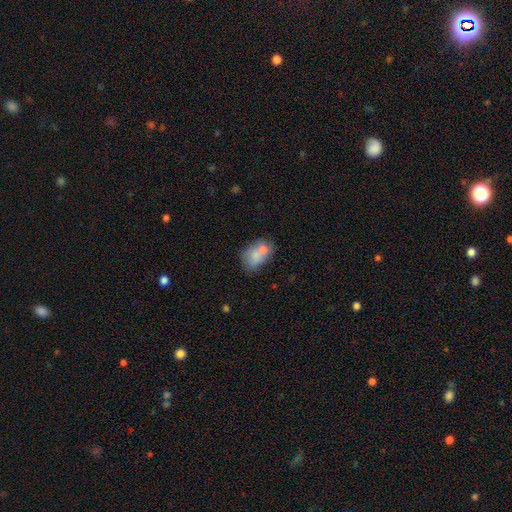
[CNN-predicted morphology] A smooth galaxy with no disk features (69%) that is in between round and cigar-shaped (76%).

Vote fractions:
- Smooth or featured? smooth: 69% / featured or disk: 23% / star or artifact: 9%
- How rounded? in between: 76% / round: 23% / cigar-shaped: 1%
- Merging? merger: 44% / none: 31% / minor disturbance: 17% / major disturbance: 9%